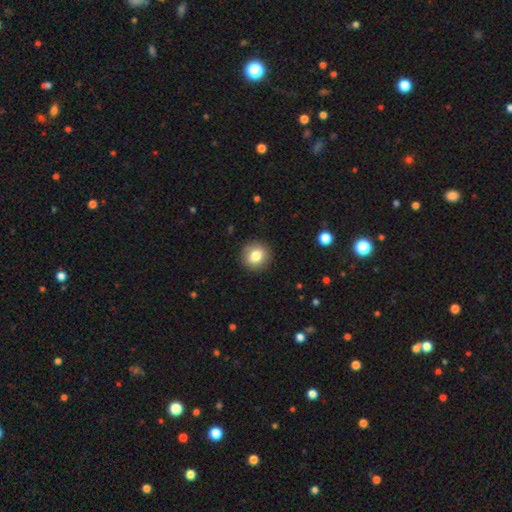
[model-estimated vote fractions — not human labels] Q: Smooth or featured?
A: smooth (81%); runner-up: star or artifact (10%)
Q: How rounded?
A: round (88%); runner-up: in between (11%)
Q: Merging?
A: none (91%); runner-up: minor disturbance (6%)